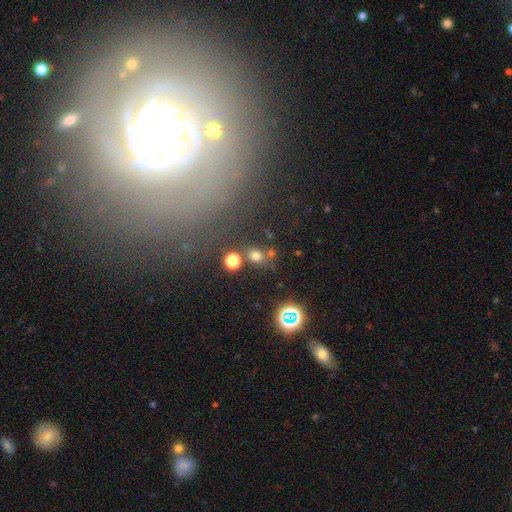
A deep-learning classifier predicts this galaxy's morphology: smooth 71%, star or artifact 20%, featured or disk 8%. Down the decision tree: how rounded — round (63%); merging — none (67%).